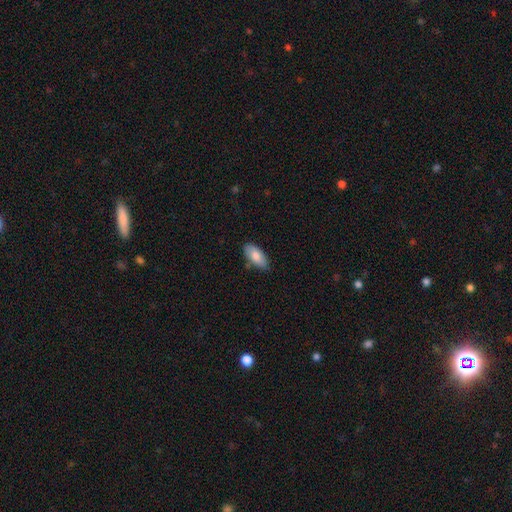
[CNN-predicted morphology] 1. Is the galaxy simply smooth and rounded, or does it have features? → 81% smooth, 13% featured or disk, 6% star or artifact.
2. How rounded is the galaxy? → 91% in between, 7% cigar-shaped, 2% round.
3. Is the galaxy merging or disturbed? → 80% none, 15% minor disturbance, 2% merger, 2% major disturbance.